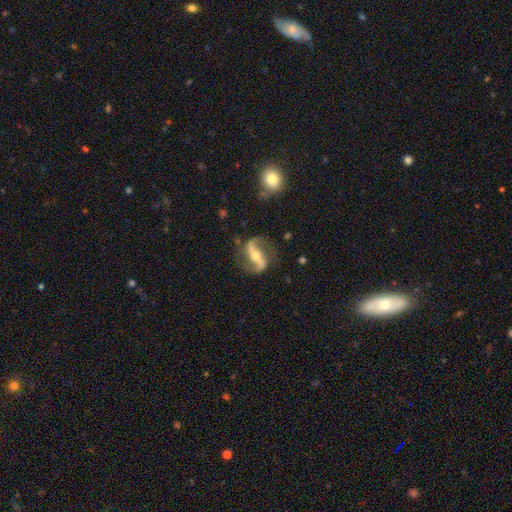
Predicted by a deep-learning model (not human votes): Smooth or featured? Predicted: featured or disk (p=0.88). Edge-on disk? Predicted: no (p=0.93). Bar? Predicted: strong (p=0.61). Spiral arms? Predicted: yes (p=0.95). Spiral winding? Predicted: loose (p=0.63). Spiral arm count? Predicted: 2 (p=0.92). Bulge size? Predicted: moderate (p=0.54). Merging? Predicted: none (p=0.78).